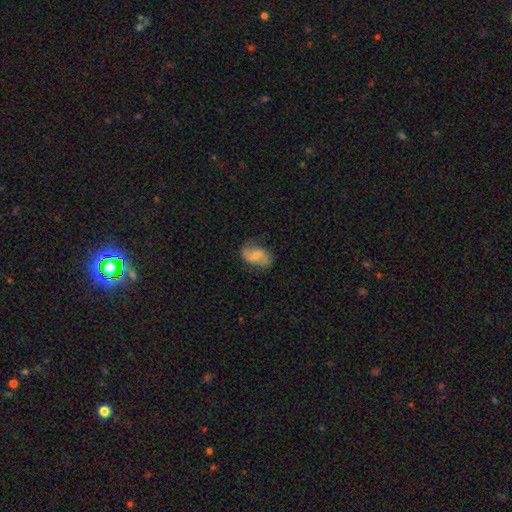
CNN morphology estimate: Smooth or featured? Predicted: featured or disk (p=0.56). Edge-on disk? Predicted: no (p=0.97). Bar? Predicted: weak (p=0.49). Spiral arms? Predicted: yes (p=0.87). Bulge size? Predicted: small (p=0.43). Merging? Predicted: none (p=0.70).